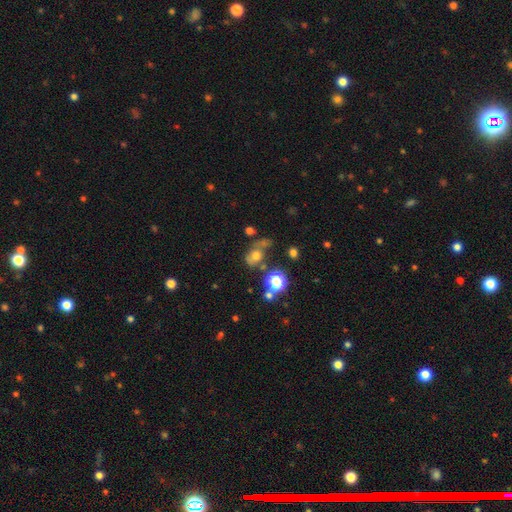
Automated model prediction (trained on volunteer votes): smooth_or_featured: smooth (p=0.55) [alt: featured or disk p=0.25]
how_rounded: in between (p=0.52) [alt: round p=0.46]
merging: none (p=0.38) [alt: minor disturbance p=0.24]